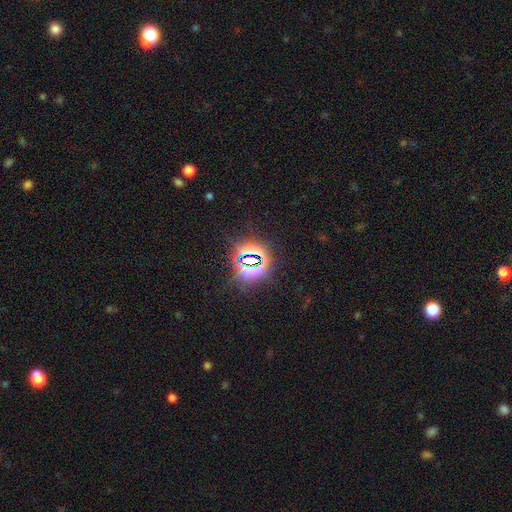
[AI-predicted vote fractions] A star or artifact, not a galaxy (80%).